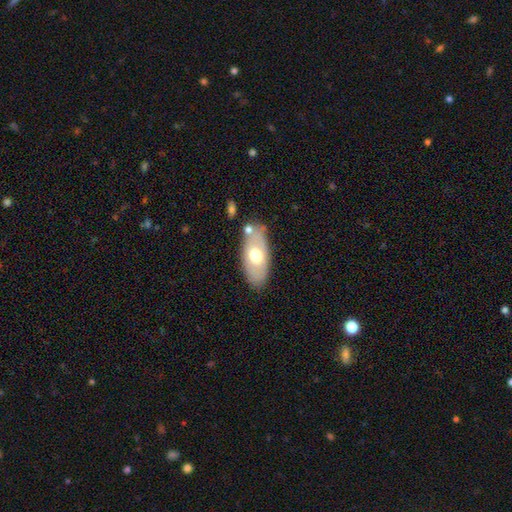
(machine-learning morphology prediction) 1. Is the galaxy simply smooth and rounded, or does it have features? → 57% smooth, 36% featured or disk, 6% star or artifact.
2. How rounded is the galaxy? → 89% in between, 8% cigar-shaped, 4% round.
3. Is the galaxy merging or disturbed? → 75% none, 14% minor disturbance, 7% merger, 4% major disturbance.